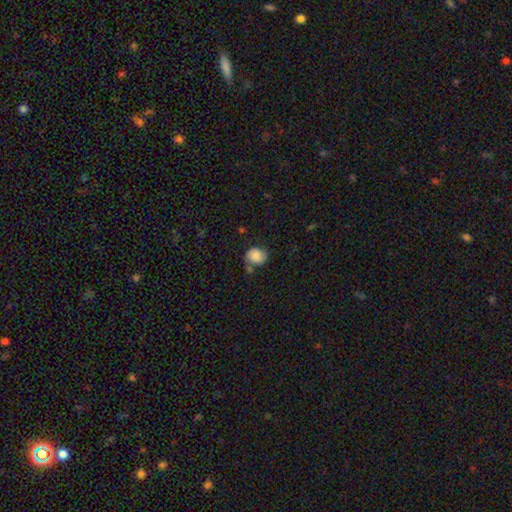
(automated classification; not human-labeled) The model was most divided on "merging": none: 54%, minor disturbance: 25%, merger: 13%, major disturbance: 8%. More confident: smooth or featured — smooth (71%); how rounded — round (65%).